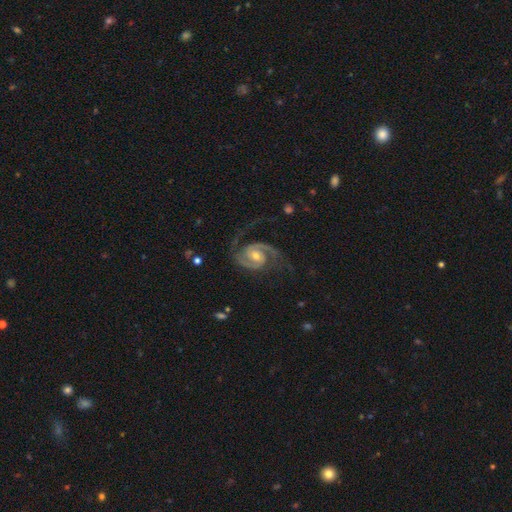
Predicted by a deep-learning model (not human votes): Overall: featured or disk (93%). Edge-on disk: no (98%). Bar: no (54%; weak 35%). Spiral arms: yes (98%). Spiral arm count: 2 (91%). Spiral winding: medium (53%; tight 32%). Bulge size: moderate (60%; small 34%). Merging: none (71%).